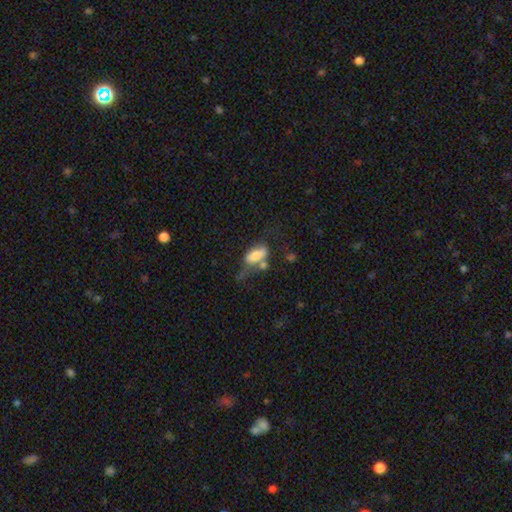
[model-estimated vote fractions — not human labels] This appears to be a smooth galaxy with no disk features (65%) that is in between round and cigar-shaped (87%). Merging: major disturbance (28%).